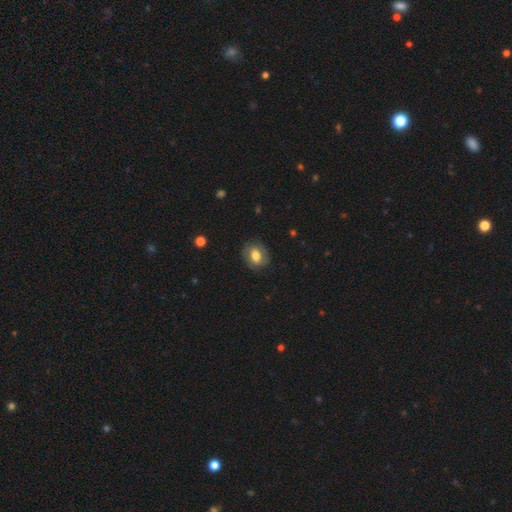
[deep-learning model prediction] Overall: smooth (65%; featured or disk 27%). How rounded: in between (55%; round 44%). Merging: none (81%).